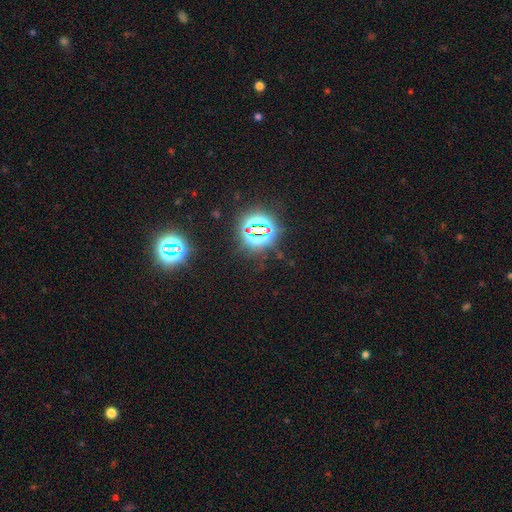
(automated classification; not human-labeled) This is clearly a star or artifact rather than a galaxy (81%).